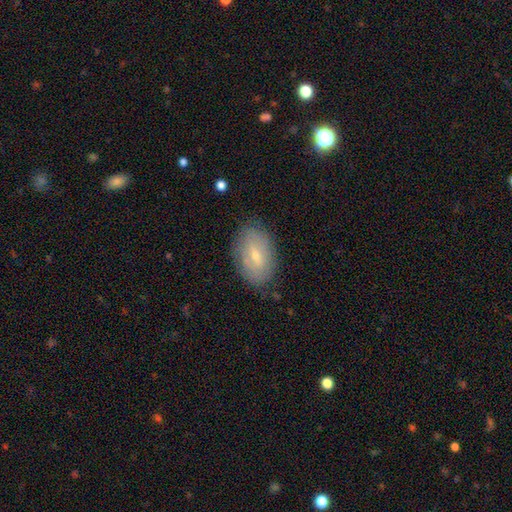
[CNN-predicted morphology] Smooth or featured: smooth — 54% (featured or disk — 39%)
How rounded: in between — 91% (round — 7%)
Merging: none — 81% (minor disturbance — 14%)